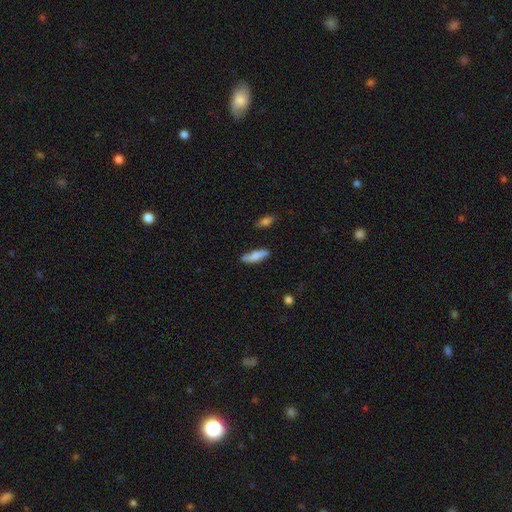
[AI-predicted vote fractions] Smooth or featured?
  - smooth: 71% *
  - featured or disk: 22%
  - star or artifact: 7%
How rounded?
  - cigar-shaped: 58% *
  - in between: 39%
  - round: 2%
Merging?
  - none: 77% *
  - minor disturbance: 18%
  - major disturbance: 3%
  - merger: 2%